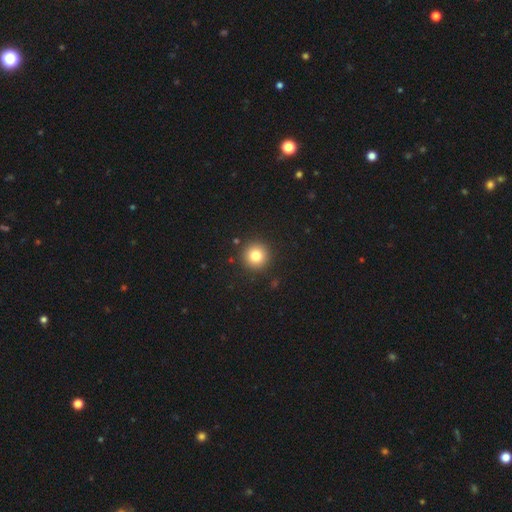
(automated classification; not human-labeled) Morphology: type=smooth (81%); roundness=round (95%); merging=none (91%).